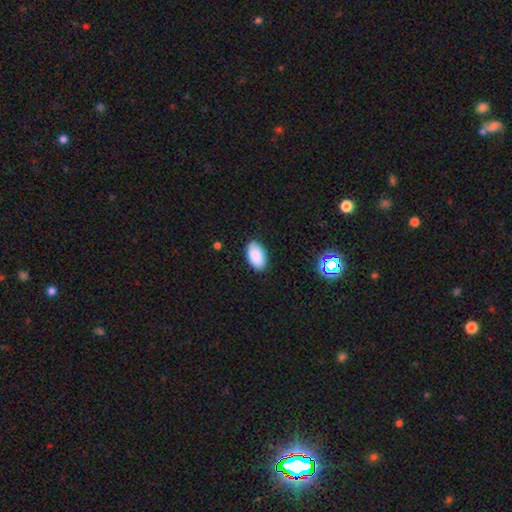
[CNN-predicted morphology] smooth-or-featured: smooth: 88% | star or artifact: 7% | featured or disk: 5%
  how-rounded: in between: 95% | round: 3% | cigar-shaped: 1%
  merging: none: 88% | minor disturbance: 9% | major disturbance: 2% | merger: 1%